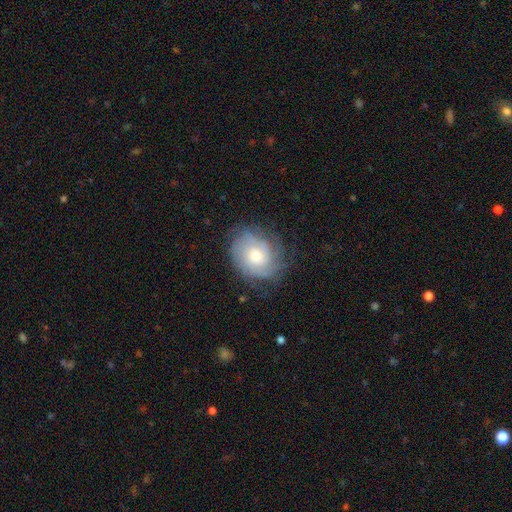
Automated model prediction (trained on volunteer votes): featured or disk 65%, smooth 27%, star or artifact 8%. Down the decision tree: edge-on disk — no (97%); bar — no (79%); spiral arms — yes (88%); spiral arm count — can't tell (46%); spiral winding — tight (62%); bulge size — moderate (61%); merging — none (69%).